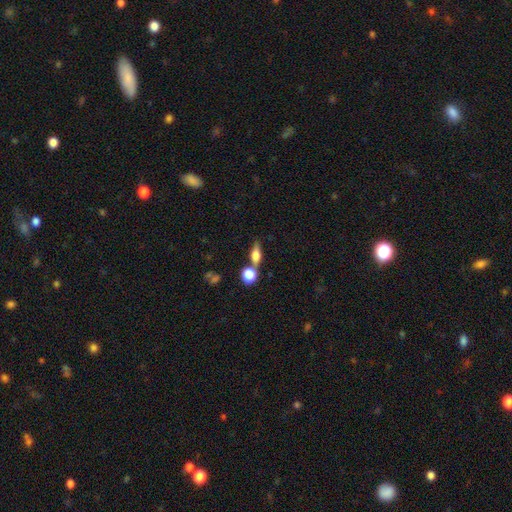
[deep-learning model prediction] smooth-or-featured: smooth: 61% | featured or disk: 28% | star or artifact: 12%
  how-rounded: in between: 54% | cigar-shaped: 24% | round: 23%
  merging: none: 58% | merger: 24% | minor disturbance: 13% | major disturbance: 5%